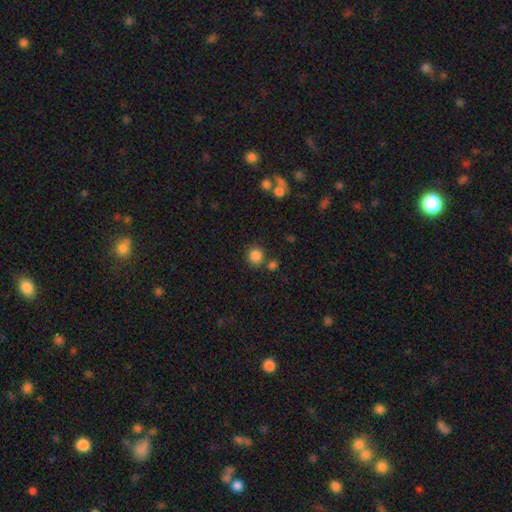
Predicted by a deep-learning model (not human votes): This is clearly a smooth galaxy (85%). How rounded: clearly round (88%). Merging: likely none (76%).